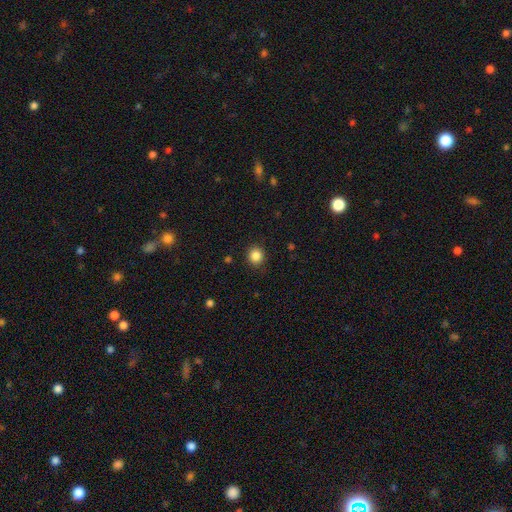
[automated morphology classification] Smooth or featured? Predicted: smooth (p=0.86). How rounded? Predicted: round (p=0.89). Merging? Predicted: none (p=0.91).